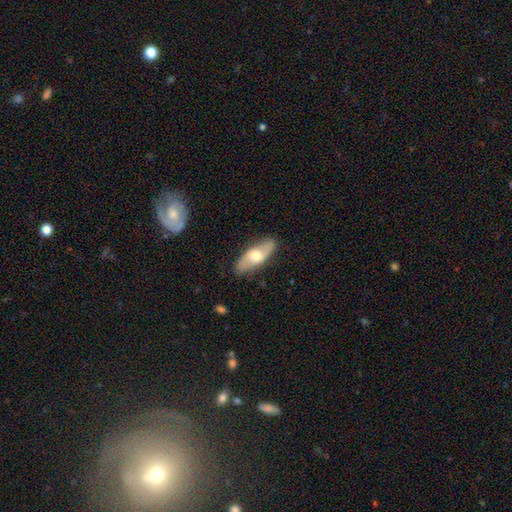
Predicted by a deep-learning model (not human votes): smooth-or-featured: smooth: 48% | featured or disk: 47% | star or artifact: 6%
  merging: none: 85% | minor disturbance: 12% | major disturbance: 2% | merger: 1%